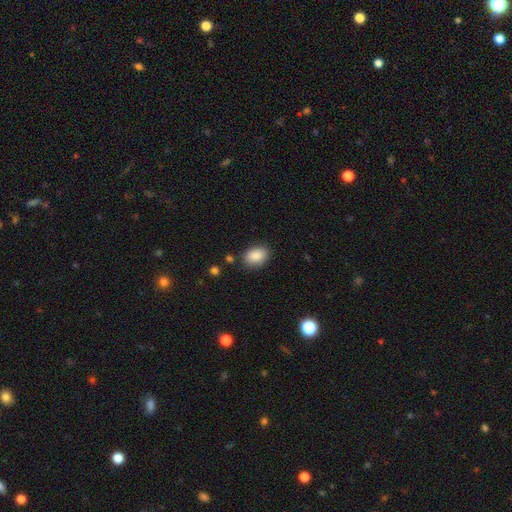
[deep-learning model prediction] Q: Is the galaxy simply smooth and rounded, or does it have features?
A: smooth — 87%.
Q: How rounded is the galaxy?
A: in between — 81%.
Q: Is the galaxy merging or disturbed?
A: none — 83%.